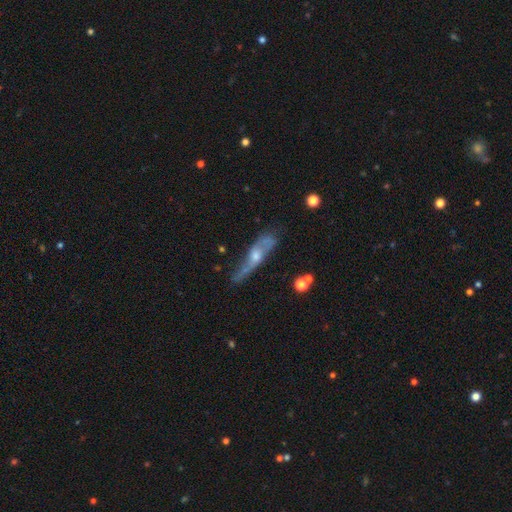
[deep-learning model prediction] Morphology: type=featured or disk (69%); edge-on=yes (59%); merging=none (60%).